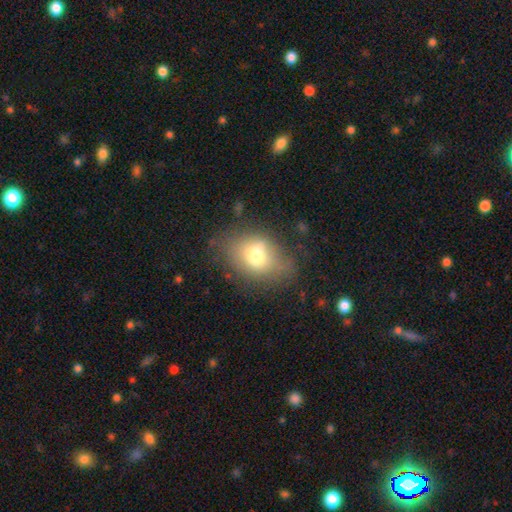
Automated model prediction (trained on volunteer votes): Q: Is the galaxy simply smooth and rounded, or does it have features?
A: smooth — 67%.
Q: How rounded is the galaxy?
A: in between — 60%.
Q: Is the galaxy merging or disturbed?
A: none — 60%.